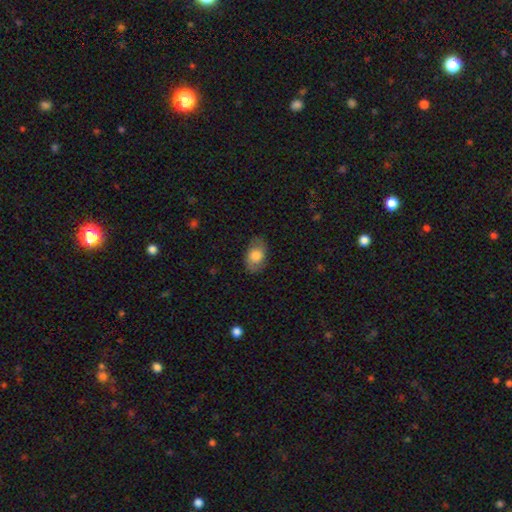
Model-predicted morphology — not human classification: A smooth galaxy with no disk features (74%) that is in between round and cigar-shaped (84%). Merging: none (79%).